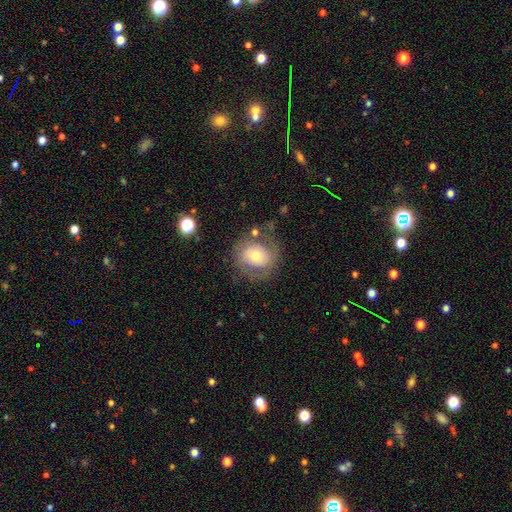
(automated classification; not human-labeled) A smooth galaxy with no disk features (48%). Merging: none (63%).